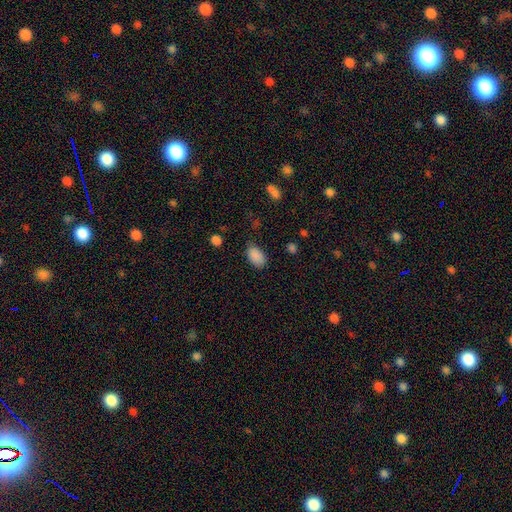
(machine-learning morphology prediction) smooth-or-featured: smooth: 87% | star or artifact: 9% | featured or disk: 4%
  how-rounded: in between: 91% | round: 8% | cigar-shaped: 1%
  merging: none: 79% | minor disturbance: 16% | major disturbance: 4% | merger: 2%